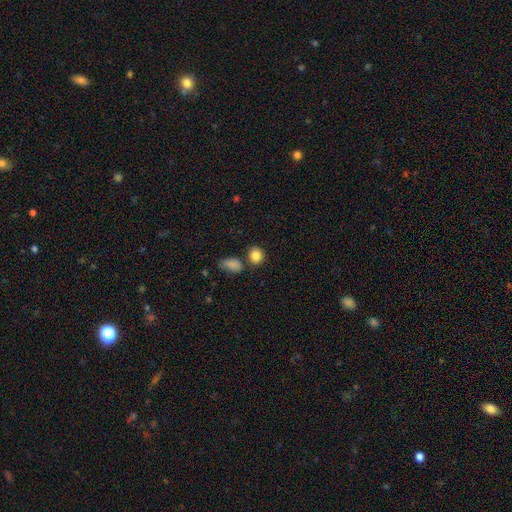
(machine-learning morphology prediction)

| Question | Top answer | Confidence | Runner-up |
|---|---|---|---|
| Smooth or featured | smooth | 85% | star or artifact (9%) |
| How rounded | round | 66% | in between (32%) |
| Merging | none | 74% | merger (12%) |